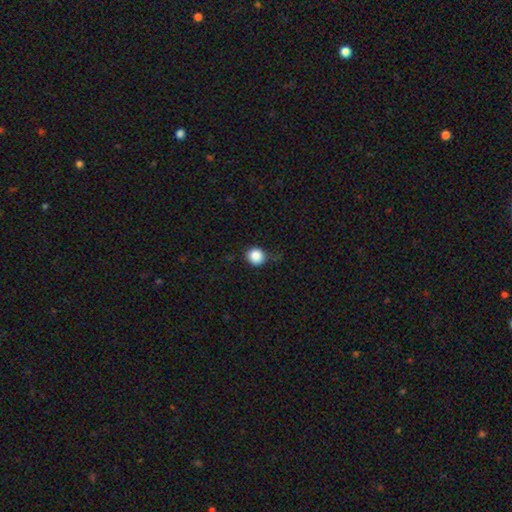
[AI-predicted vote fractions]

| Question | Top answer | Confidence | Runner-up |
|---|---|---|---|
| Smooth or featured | smooth | 87% | star or artifact (10%) |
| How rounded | round | 92% | in between (7%) |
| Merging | none | 77% | minor disturbance (18%) |